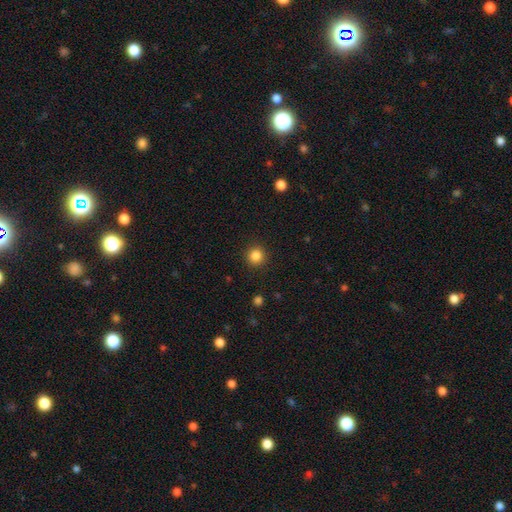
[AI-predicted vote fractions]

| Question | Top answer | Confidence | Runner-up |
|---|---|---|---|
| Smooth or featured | smooth | 85% | star or artifact (11%) |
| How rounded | round | 93% | in between (6%) |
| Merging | none | 91% | minor disturbance (6%) |